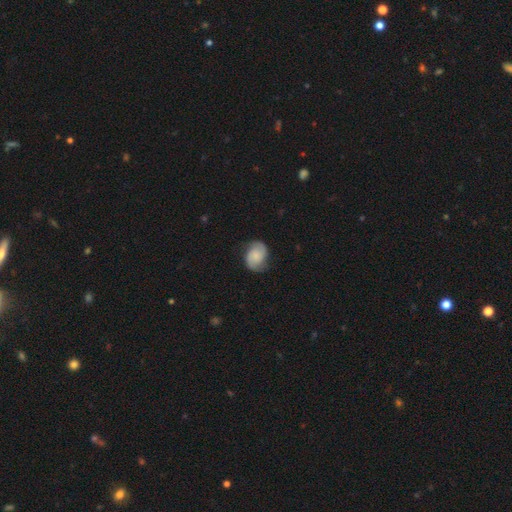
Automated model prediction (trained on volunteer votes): Smooth or featured?
  - featured or disk: 57% *
  - smooth: 35%
  - star or artifact: 8%
Edge-on disk?
  - no: 98% *
  - yes: 2%
Bar?
  - no: 71% *
  - weak: 25%
  - strong: 5%
Spiral arms?
  - yes: 93% *
  - no: 7%
Spiral winding?
  - medium: 45% *
  - tight: 30%
  - loose: 25%
Spiral arm count?
  - 2: 89% *
  - can't tell: 5%
  - 1: 2%
  - 3: 1%
  - 4: 1%
  - more than 4: 1%
Bulge size?
  - small: 41% *
  - none: 29%
  - moderate: 22%
  - large: 6%
  - dominant: 3%
Merging?
  - none: 73% *
  - minor disturbance: 20%
  - major disturbance: 6%
  - merger: 1%